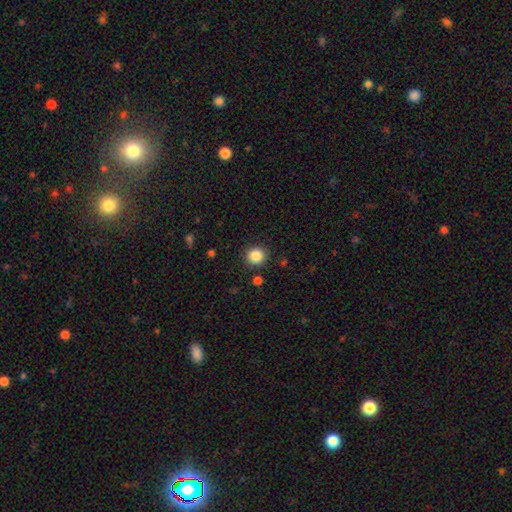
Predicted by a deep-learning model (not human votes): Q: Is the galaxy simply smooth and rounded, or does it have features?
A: smooth — 86%.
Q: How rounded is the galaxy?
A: round — 92%.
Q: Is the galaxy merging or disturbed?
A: none — 89%.